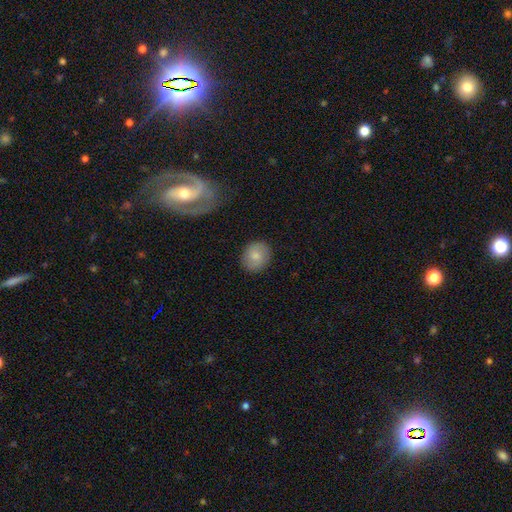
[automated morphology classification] Smooth or featured? Predicted: smooth (p=0.79). How rounded? Predicted: round (p=0.76). Merging? Predicted: none (p=0.88).